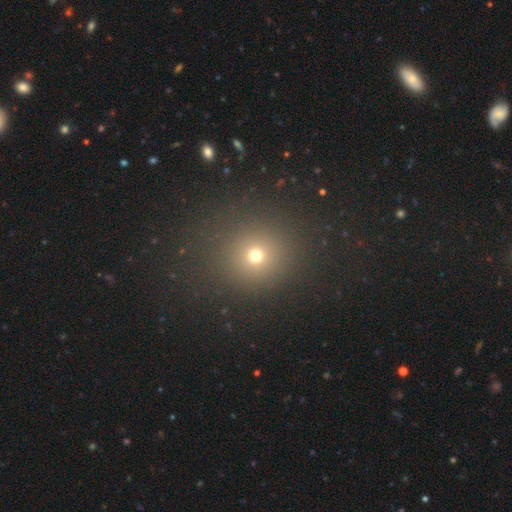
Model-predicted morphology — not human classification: This is likely a smooth galaxy (68%). How rounded: clearly round (89%). Merging: clearly none (86%).